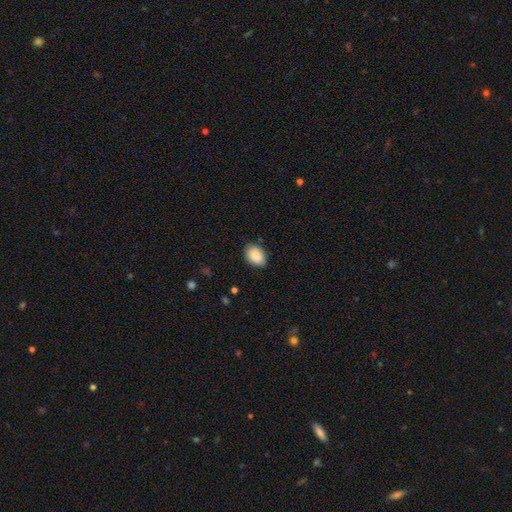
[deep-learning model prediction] smooth_or_featured: smooth (p=0.87) [alt: star or artifact p=0.07]
how_rounded: in between (p=0.80) [alt: round p=0.19]
merging: none (p=0.81) [alt: minor disturbance p=0.15]